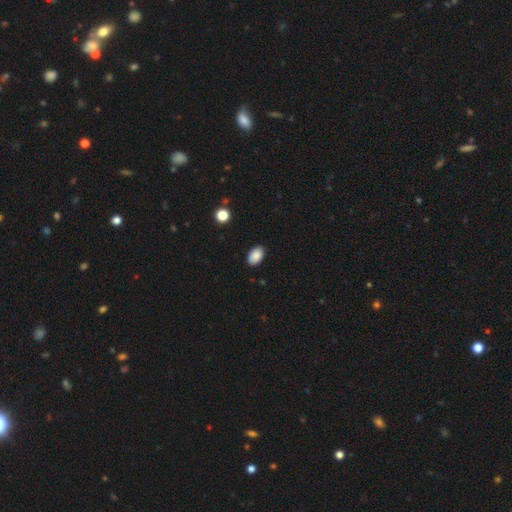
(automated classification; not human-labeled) This is clearly a smooth galaxy (88%). How rounded: clearly in between (91%). Merging: clearly none (88%).